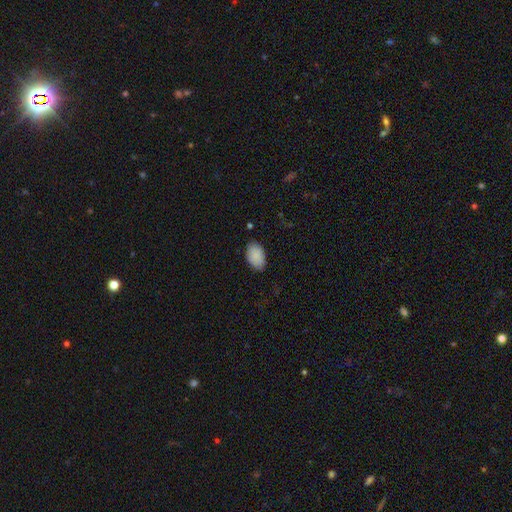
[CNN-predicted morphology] Overall: smooth (89%). How rounded: in between (90%). Merging: none (82%).